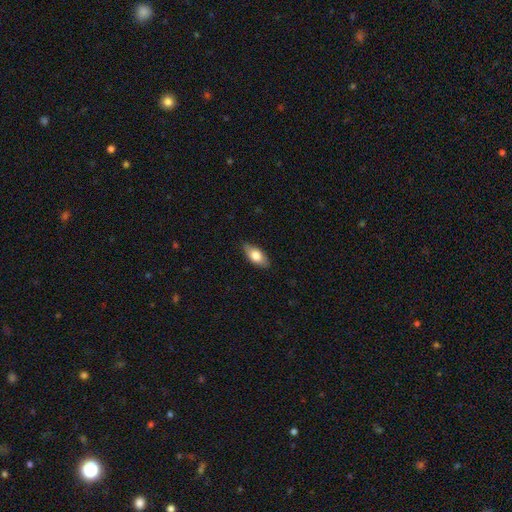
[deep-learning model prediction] A smooth galaxy with no disk features (74%) that is in between round and cigar-shaped (87%). Merging: none (84%).